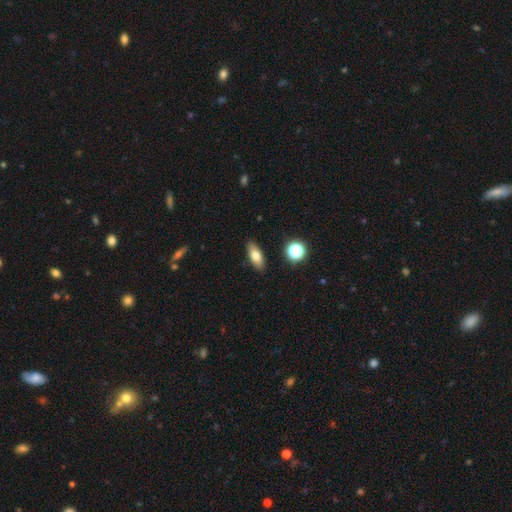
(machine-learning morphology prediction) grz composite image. It shows a smooth galaxy with no disk features (73%) that is in between round and cigar-shaped (76%). Merging: none (89%).